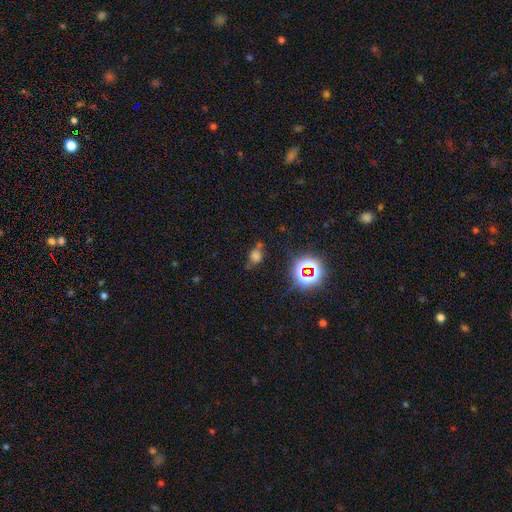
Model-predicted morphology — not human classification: This is possibly a smooth galaxy (59%). How rounded: possibly in between (49%, tied with round). Merging: possibly none (54%).